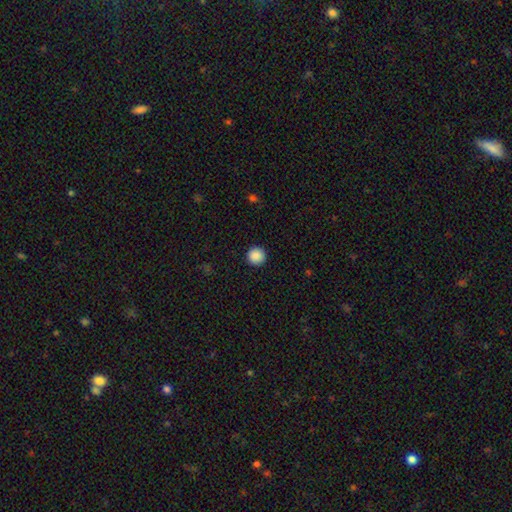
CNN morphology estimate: Smooth or featured? Predicted: smooth (p=0.89). How rounded? Predicted: round (p=0.96). Merging? Predicted: none (p=0.93).